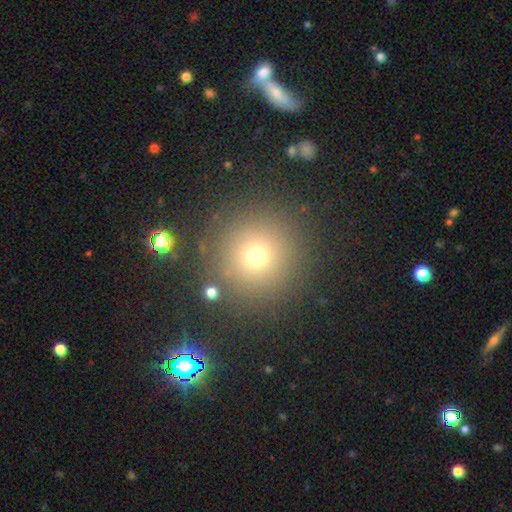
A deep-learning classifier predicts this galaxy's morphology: A smooth galaxy with no disk features (67%) that is round (95%). Merging: none (88%).